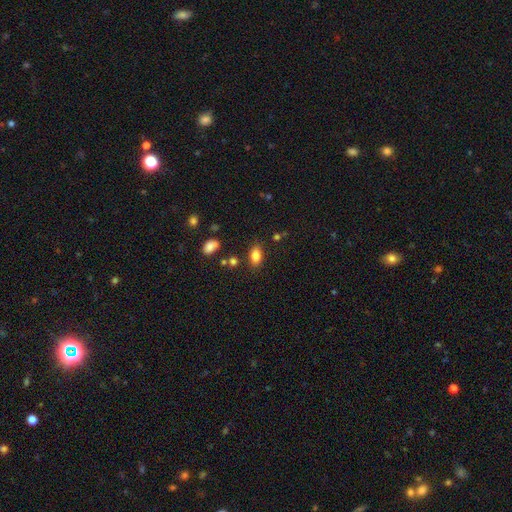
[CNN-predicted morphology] Smooth or featured? Predicted: smooth (p=0.83). How rounded? Predicted: in between (p=0.87). Merging? Predicted: none (p=0.82).